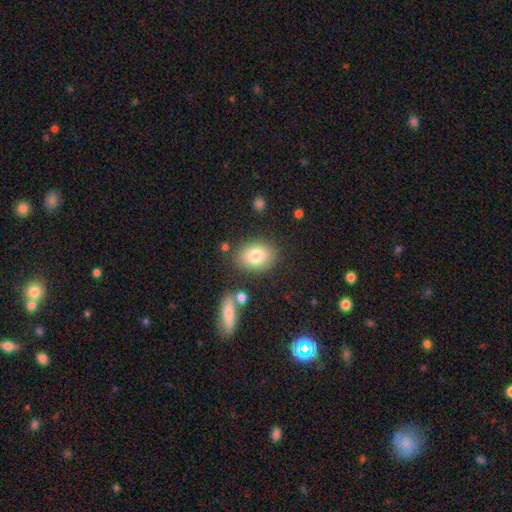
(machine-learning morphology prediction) The model was most divided on "how rounded": in between: 72%, round: 26%, cigar-shaped: 1%. More confident: smooth or featured — smooth (80%); merging — none (79%).